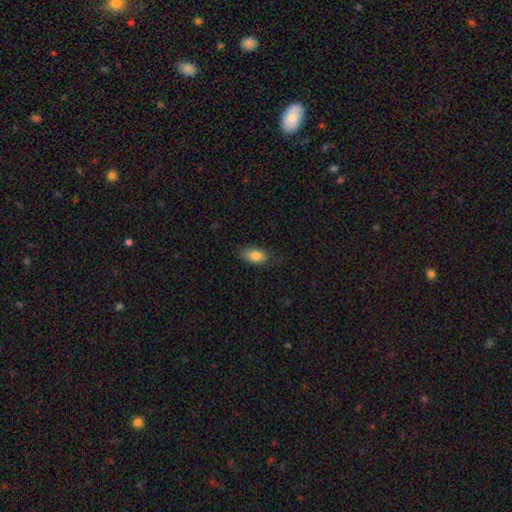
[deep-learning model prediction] Smooth or featured? Predicted: smooth (p=0.82). How rounded? Predicted: in between (p=0.90). Merging? Predicted: none (p=0.77).